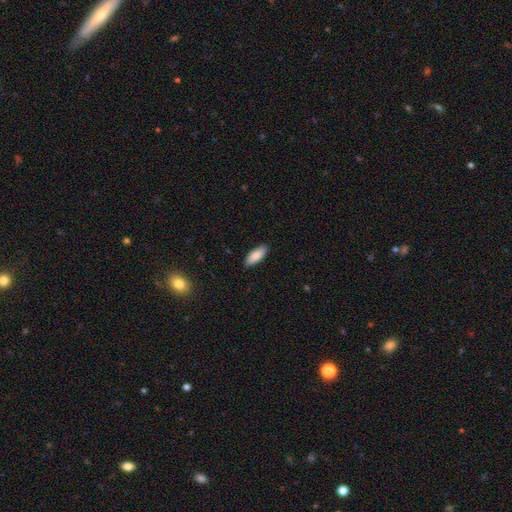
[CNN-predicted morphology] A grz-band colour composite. It shows a smooth galaxy with no disk features (88%) that is in between round and cigar-shaped (81%). Merging: none (89%).